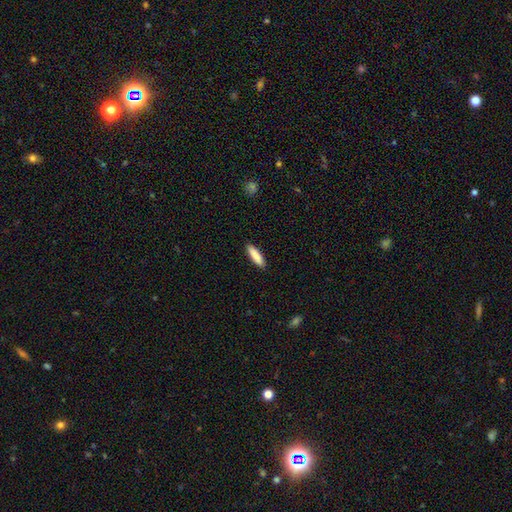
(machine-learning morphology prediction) Smooth or featured?
  - smooth: 87% *
  - featured or disk: 8%
  - star or artifact: 6%
How rounded?
  - cigar-shaped: 72% *
  - in between: 26%
  - round: 1%
Merging?
  - none: 90% *
  - minor disturbance: 7%
  - major disturbance: 2%
  - merger: 1%